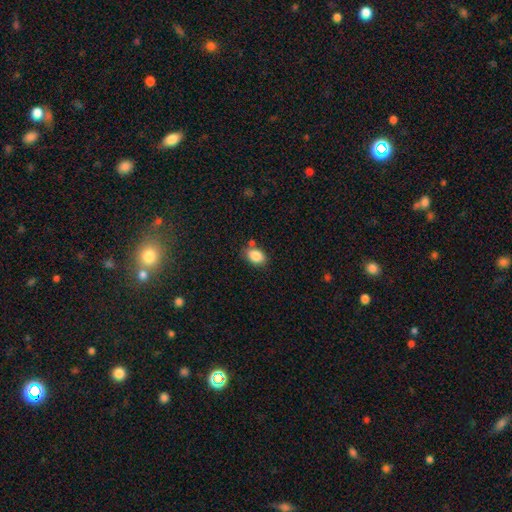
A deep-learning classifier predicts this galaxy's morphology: Smooth or featured: smooth — 87% (star or artifact — 8%)
How rounded: in between — 83% (round — 16%)
Merging: none — 70% (minor disturbance — 17%)